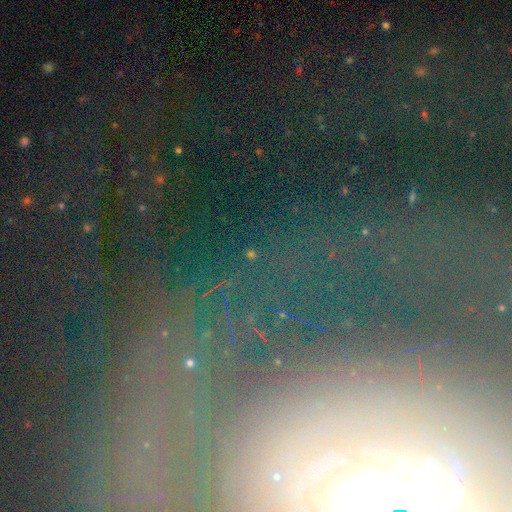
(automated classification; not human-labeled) smooth_or_featured: star or artifact (p=0.41) [alt: featured or disk p=0.39]